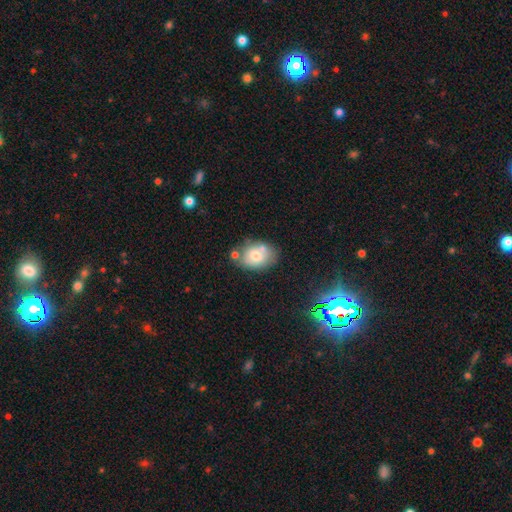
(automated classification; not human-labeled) A smooth galaxy with no disk features (70%) that is in between round and cigar-shaped (70%). Merging: none (59%).